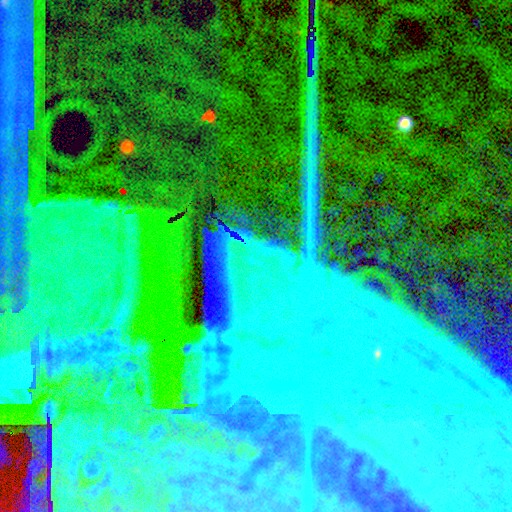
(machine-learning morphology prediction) star or artifact 84%, featured or disk 9%, smooth 7%.